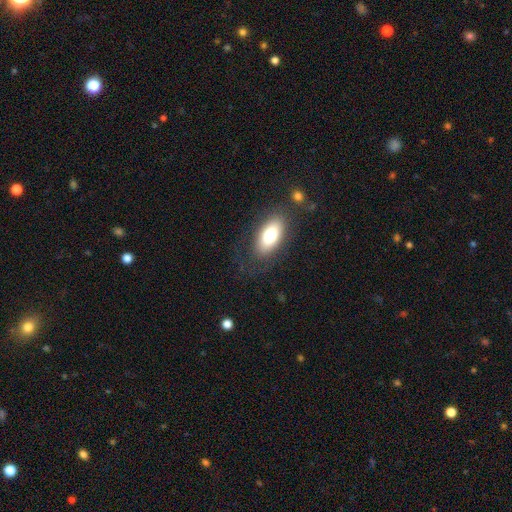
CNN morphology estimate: Smooth or featured?
  - smooth: 71% *
  - featured or disk: 20%
  - star or artifact: 10%
How rounded?
  - in between: 86% *
  - cigar-shaped: 10%
  - round: 4%
Merging?
  - none: 75% *
  - minor disturbance: 15%
  - major disturbance: 7%
  - merger: 3%